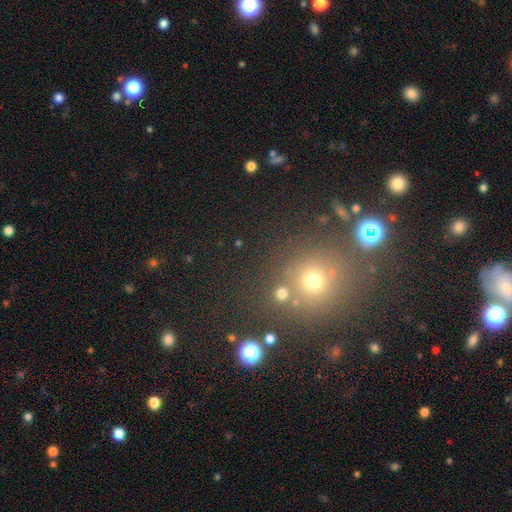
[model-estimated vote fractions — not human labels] Smooth or featured: star or artifact — 46% (smooth — 44%)